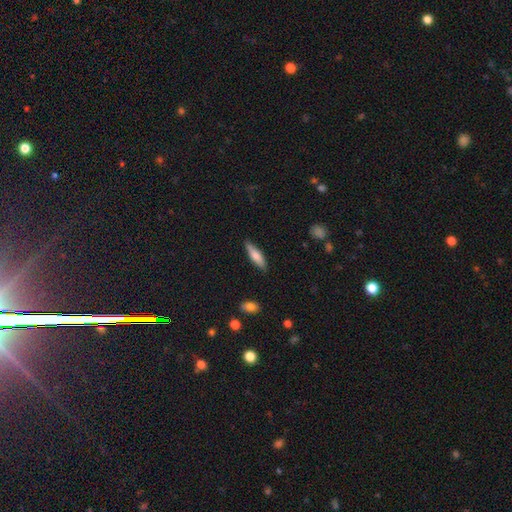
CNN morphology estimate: smooth_or_featured: smooth (p=0.71) [alt: featured or disk p=0.23]
how_rounded: cigar-shaped (p=0.68) [alt: in between p=0.30]
merging: none (p=0.85) [alt: minor disturbance p=0.12]